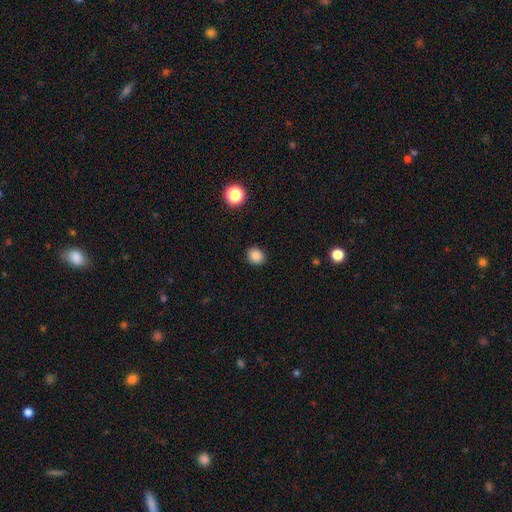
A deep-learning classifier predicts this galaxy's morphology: Smooth or featured: smooth — 85% (star or artifact — 11%)
How rounded: round — 72% (in between — 27%)
Merging: none — 91% (minor disturbance — 6%)